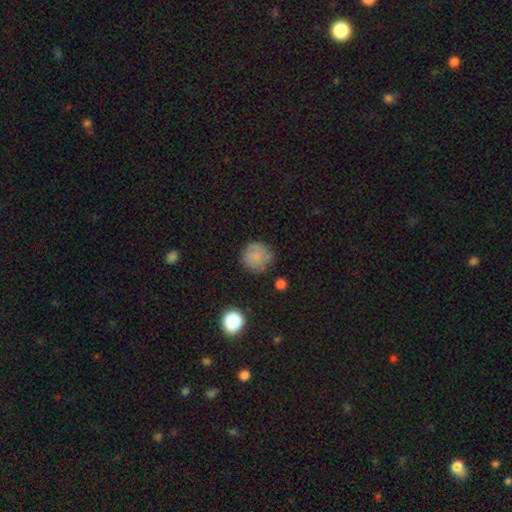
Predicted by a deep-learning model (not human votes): This is likely a smooth galaxy (71%). How rounded: clearly round (92%). Merging: likely none (72%).